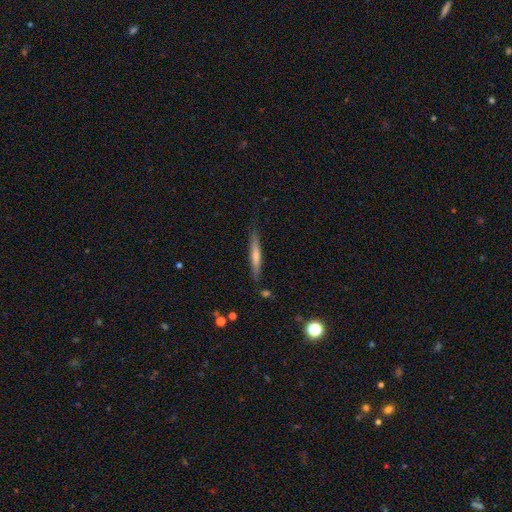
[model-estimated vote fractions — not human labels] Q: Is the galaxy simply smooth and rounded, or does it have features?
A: smooth — 49%.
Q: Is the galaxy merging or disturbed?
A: none — 83%.